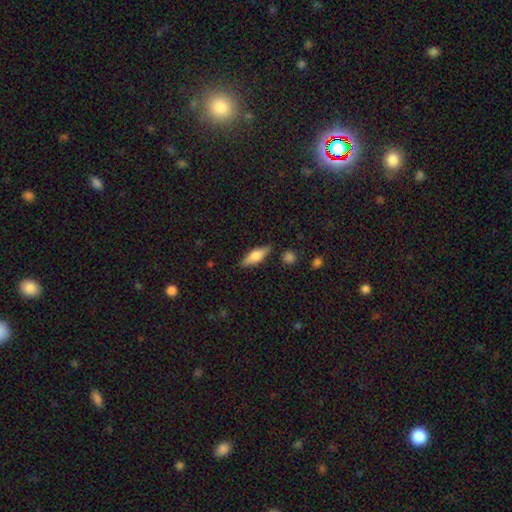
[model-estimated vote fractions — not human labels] Smooth or featured? Predicted: smooth (p=0.53). How rounded? Predicted: in between (p=0.53). Merging? Predicted: none (p=0.84).